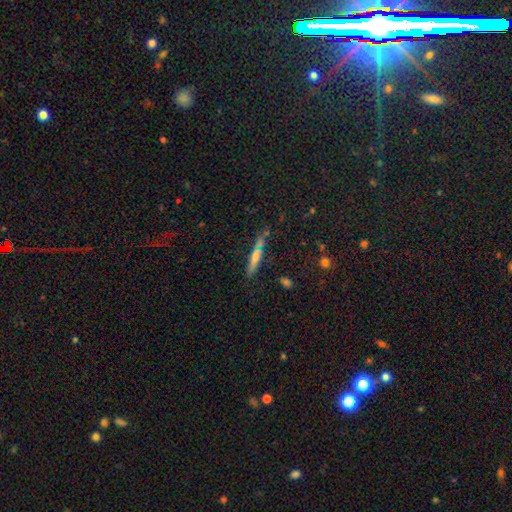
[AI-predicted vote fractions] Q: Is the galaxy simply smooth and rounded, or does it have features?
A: smooth — 49%.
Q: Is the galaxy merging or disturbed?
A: none — 75%.